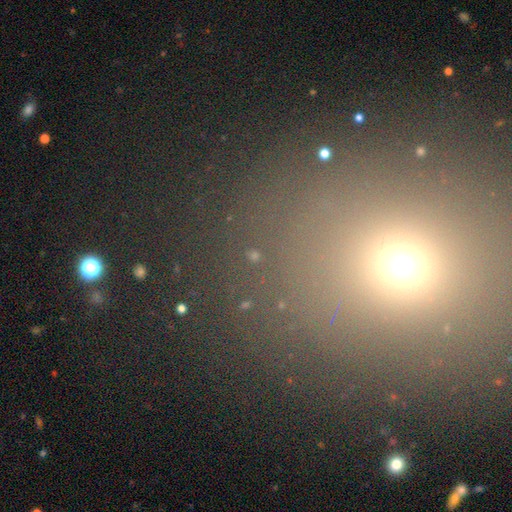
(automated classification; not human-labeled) Smooth or featured? Predicted: star or artifact (p=0.51).